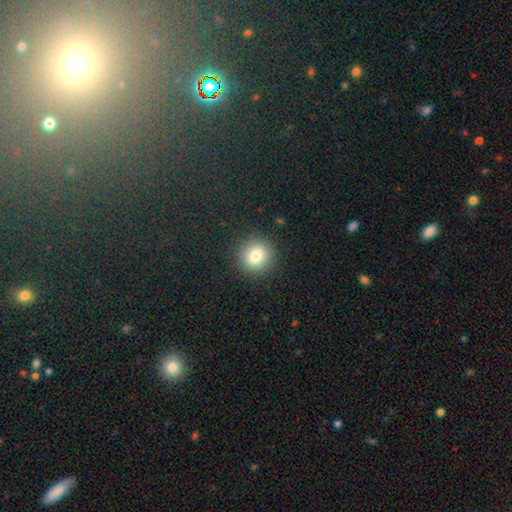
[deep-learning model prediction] A smooth galaxy with no disk features (81%) that is round (90%). Merging: none (90%).